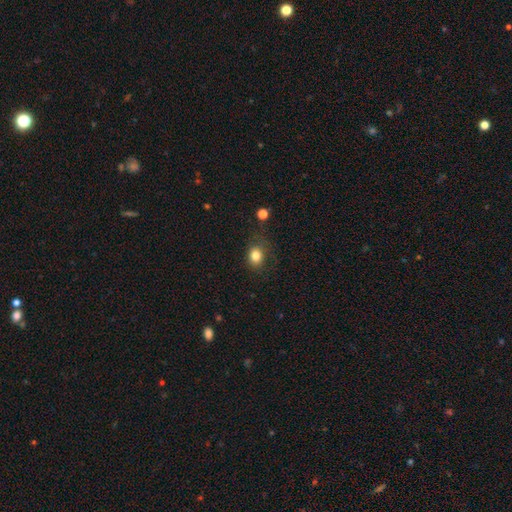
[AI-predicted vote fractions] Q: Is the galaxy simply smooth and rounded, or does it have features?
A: smooth — 82%.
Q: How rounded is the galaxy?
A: round — 57%.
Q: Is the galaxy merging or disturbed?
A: none — 73%.